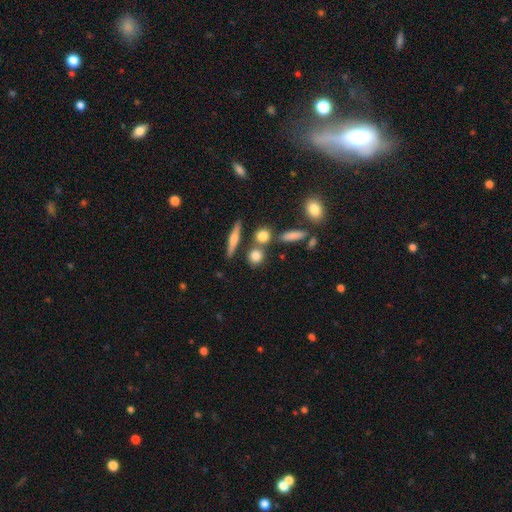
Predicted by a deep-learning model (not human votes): Overall: smooth (77%). How rounded: round (72%). Merging: none (68%).